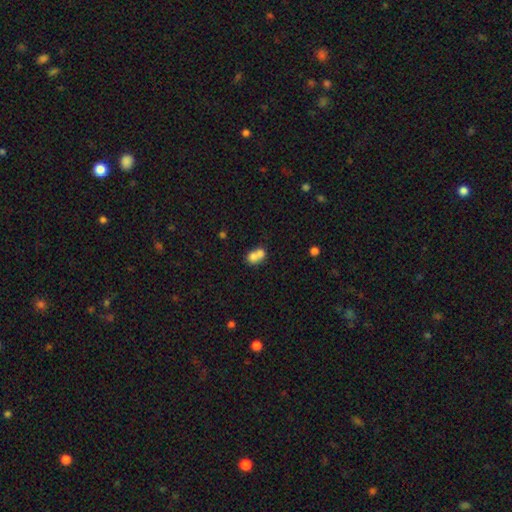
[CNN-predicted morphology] smooth_or_featured: smooth (p=0.72) [alt: featured or disk p=0.18]
how_rounded: round (p=0.60) [alt: in between p=0.39]
merging: merger (p=0.68) [alt: none p=0.23]